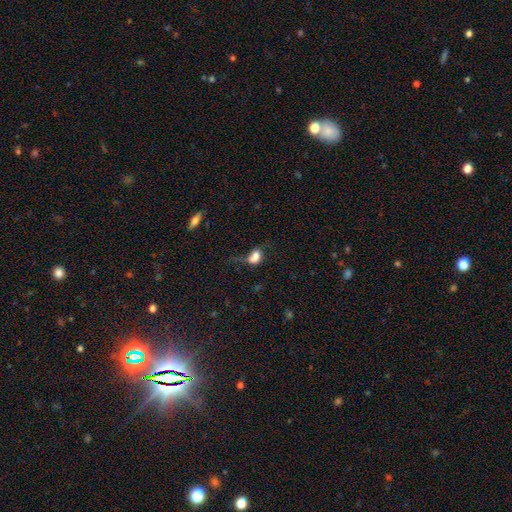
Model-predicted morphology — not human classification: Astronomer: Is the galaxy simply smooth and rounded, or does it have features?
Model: smooth — 73%.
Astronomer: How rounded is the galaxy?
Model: in between — 77%.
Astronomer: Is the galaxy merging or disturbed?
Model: major disturbance — 36% (runner-up: none, 27%).